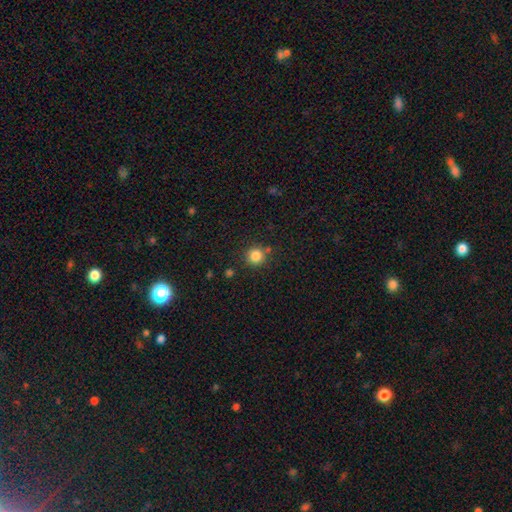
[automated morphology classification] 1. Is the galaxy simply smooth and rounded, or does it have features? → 84% smooth, 12% star or artifact, 4% featured or disk.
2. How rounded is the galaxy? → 93% round, 6% in between, 1% cigar-shaped.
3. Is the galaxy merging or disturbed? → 82% none, 9% minor disturbance, 6% merger, 3% major disturbance.